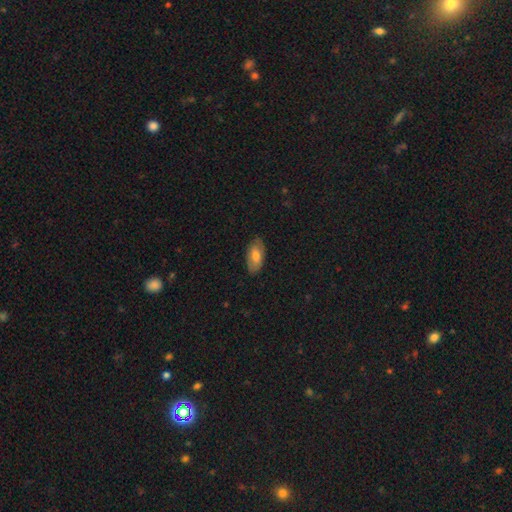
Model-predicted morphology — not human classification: This is likely a smooth galaxy (67%). How rounded: clearly in between (92%). Merging: clearly none (83%).